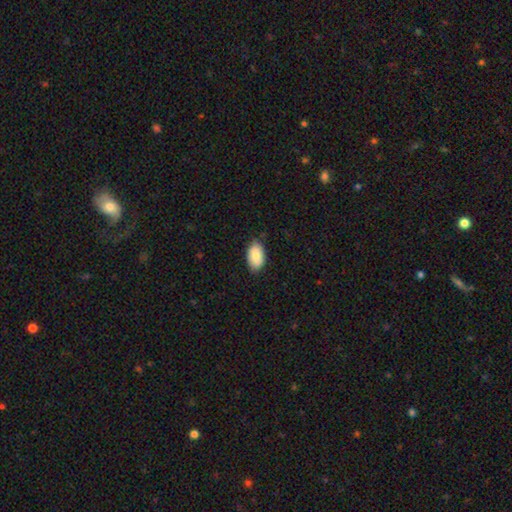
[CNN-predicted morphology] smooth-or-featured: smooth: 86% | featured or disk: 8% | star or artifact: 6%
  how-rounded: in between: 94% | round: 4% | cigar-shaped: 1%
  merging: none: 81% | minor disturbance: 16% | major disturbance: 2% | merger: 1%